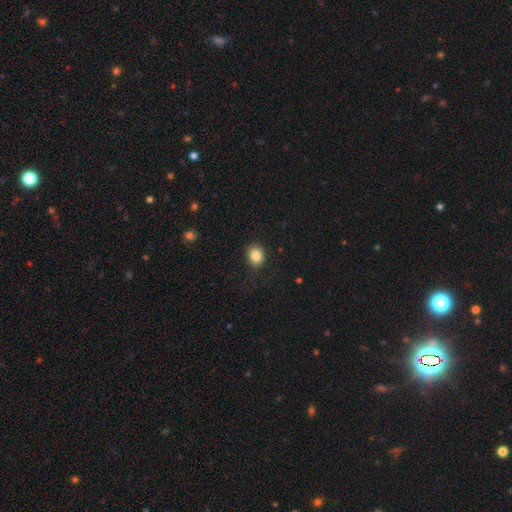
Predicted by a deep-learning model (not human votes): Q: Smooth or featured?
A: smooth (85%); runner-up: star or artifact (9%)
Q: How rounded?
A: round (54%); runner-up: in between (45%)
Q: Merging?
A: none (80%); runner-up: minor disturbance (15%)